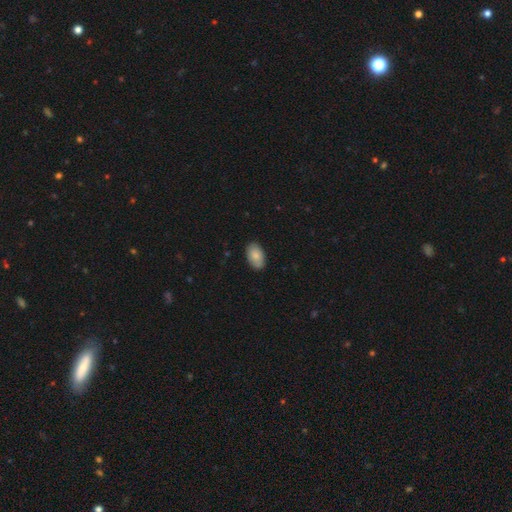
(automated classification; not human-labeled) Smooth or featured? smooth (85%)
How rounded? in between (94%)
Merging? none (87%)